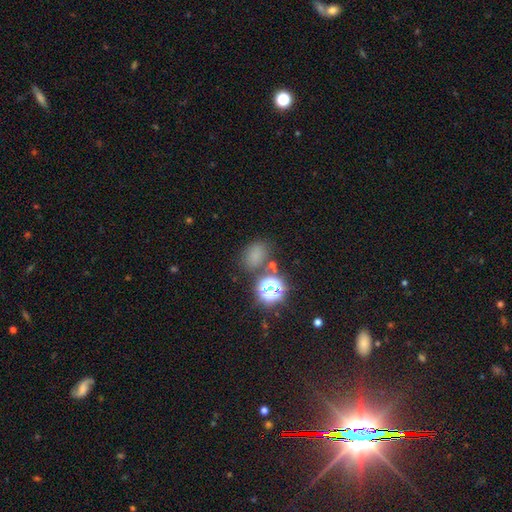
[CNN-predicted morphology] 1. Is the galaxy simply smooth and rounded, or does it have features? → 66% smooth, 26% star or artifact, 7% featured or disk.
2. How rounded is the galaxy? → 60% in between, 38% round, 1% cigar-shaped.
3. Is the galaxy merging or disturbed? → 70% none, 14% minor disturbance, 11% merger, 5% major disturbance.